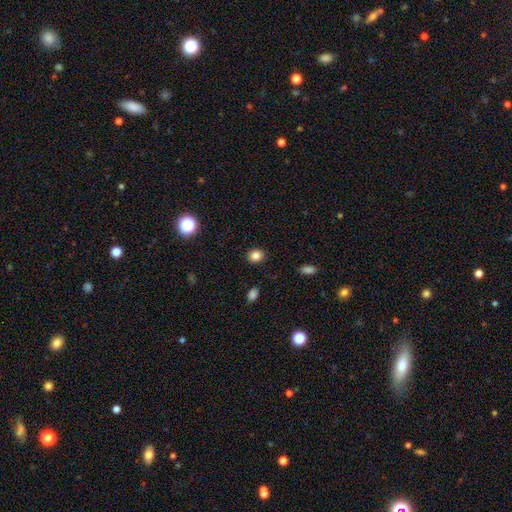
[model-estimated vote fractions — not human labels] smooth 83%, star or artifact 12%, featured or disk 5%. Down the decision tree: how rounded — round (68%); merging — none (89%).